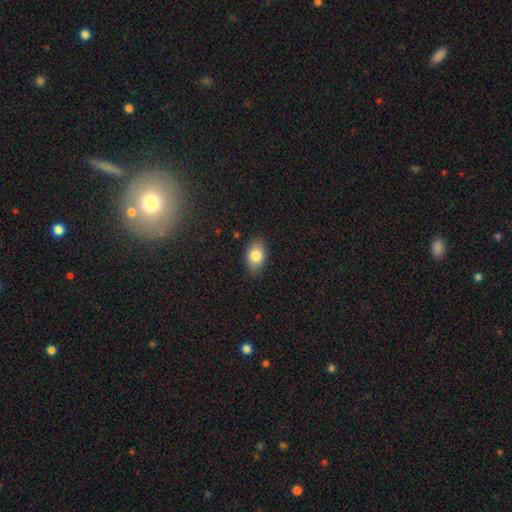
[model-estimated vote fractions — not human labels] Q: Smooth or featured?
A: smooth (82%); runner-up: featured or disk (10%)
Q: How rounded?
A: in between (85%); runner-up: round (14%)
Q: Merging?
A: none (83%); runner-up: minor disturbance (14%)